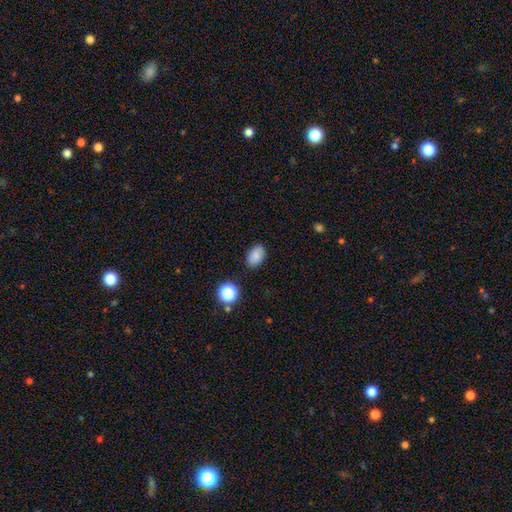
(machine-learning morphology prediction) Smooth or featured?
  - smooth: 85% *
  - star or artifact: 10%
  - featured or disk: 5%
How rounded?
  - in between: 86% *
  - round: 13%
  - cigar-shaped: 1%
Merging?
  - none: 85% *
  - minor disturbance: 11%
  - major disturbance: 3%
  - merger: 2%